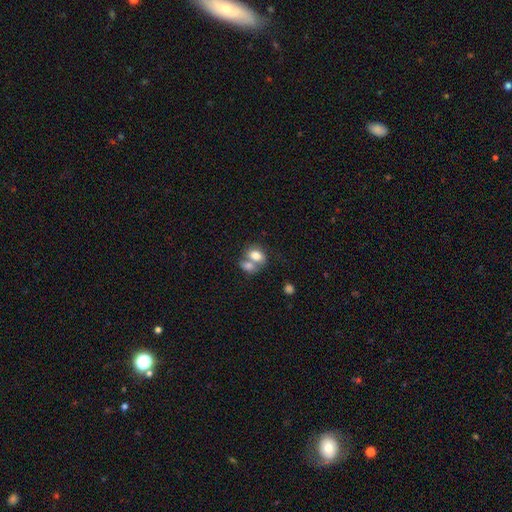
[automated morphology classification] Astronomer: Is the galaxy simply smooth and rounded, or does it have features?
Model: smooth — 75%.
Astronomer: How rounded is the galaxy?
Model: in between — 64%.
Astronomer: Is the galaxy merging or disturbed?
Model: merger — 64%.